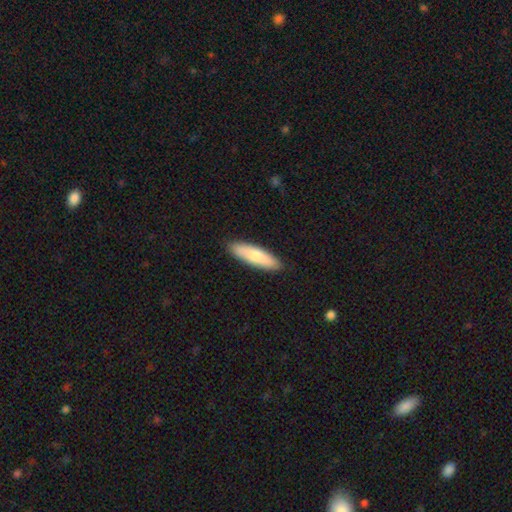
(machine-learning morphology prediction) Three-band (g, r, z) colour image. It shows a smooth galaxy with no disk features (79%) that is cigar-shaped (64%). Merging: none (90%).